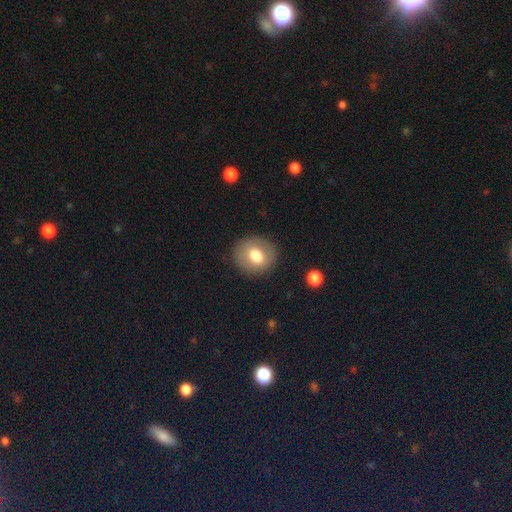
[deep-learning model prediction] Overall: smooth (72%). How rounded: round (73%). Merging: none (87%).